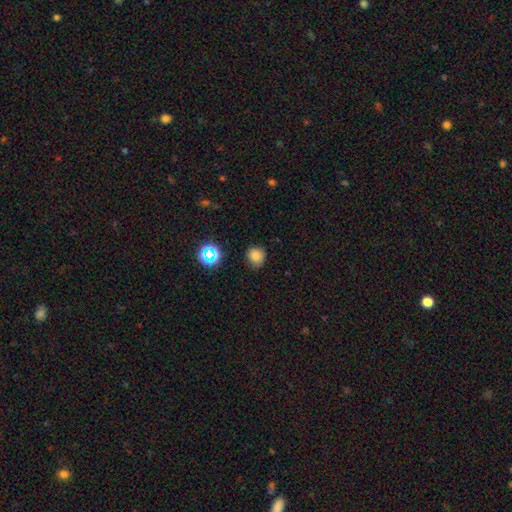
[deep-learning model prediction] Smooth or featured? Predicted: smooth (p=0.79). How rounded? Predicted: round (p=0.87). Merging? Predicted: none (p=0.81).